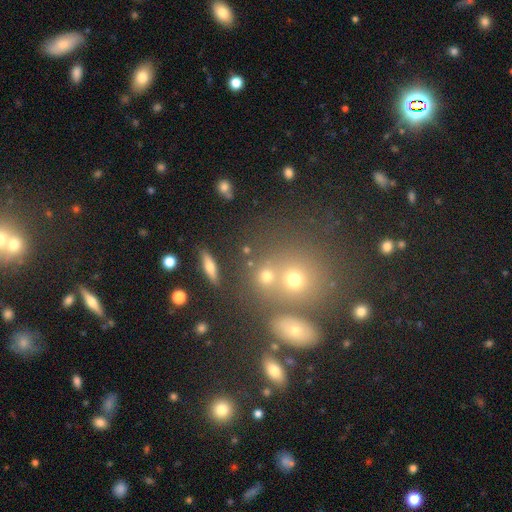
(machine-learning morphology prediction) Smooth or featured?
  - smooth: 49% *
  - star or artifact: 34%
  - featured or disk: 16%
Merging?
  - none: 60% *
  - merger: 26%
  - minor disturbance: 10%
  - major disturbance: 5%